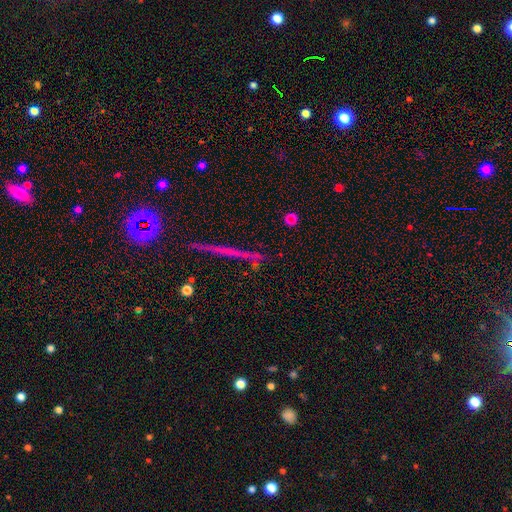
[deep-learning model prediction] This appears to be a star or artifact, not a galaxy (47%).